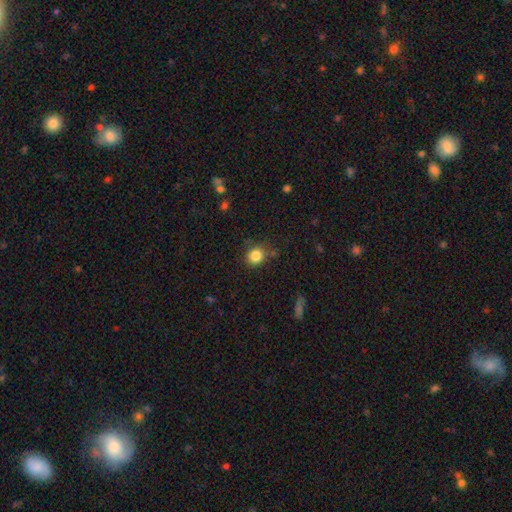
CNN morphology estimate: The model was most divided on "how rounded": round: 80%, in between: 19%, cigar-shaped: 1%. More confident: smooth or featured — smooth (84%); merging — none (80%).